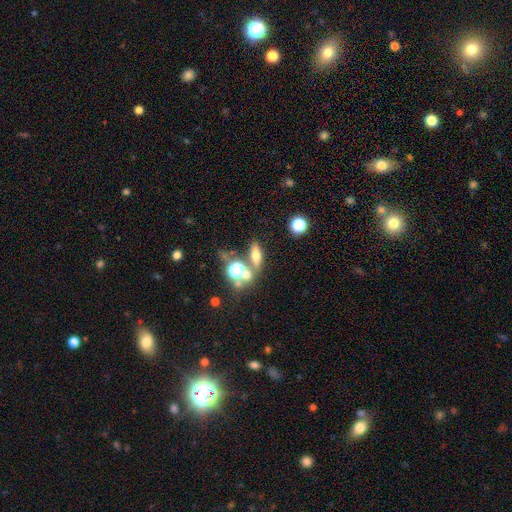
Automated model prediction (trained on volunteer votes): Q: Smooth or featured?
A: smooth (52%); runner-up: featured or disk (29%)
Q: How rounded?
A: in between (47%); runner-up: cigar-shaped (33%)
Q: Merging?
A: none (58%); runner-up: merger (24%)